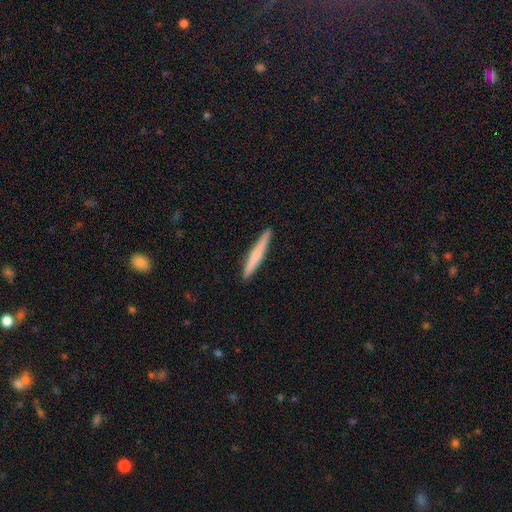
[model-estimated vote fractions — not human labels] smooth 57%, featured or disk 38%, star or artifact 6%. Down the decision tree: how rounded — cigar-shaped (96%); merging — none (92%).